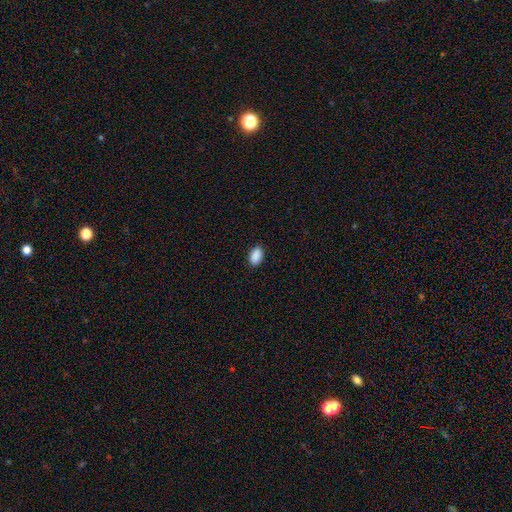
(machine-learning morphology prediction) Smooth or featured?
  - smooth: 91% *
  - star or artifact: 7%
  - featured or disk: 2%
How rounded?
  - in between: 92% *
  - round: 6%
  - cigar-shaped: 1%
Merging?
  - none: 90% *
  - minor disturbance: 8%
  - major disturbance: 2%
  - merger: 1%